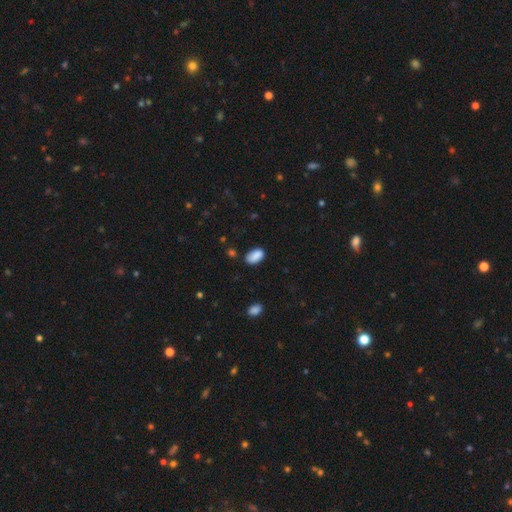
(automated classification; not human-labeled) Morphology: type=smooth (88%); roundness=in between (93%); merging=none (74%).